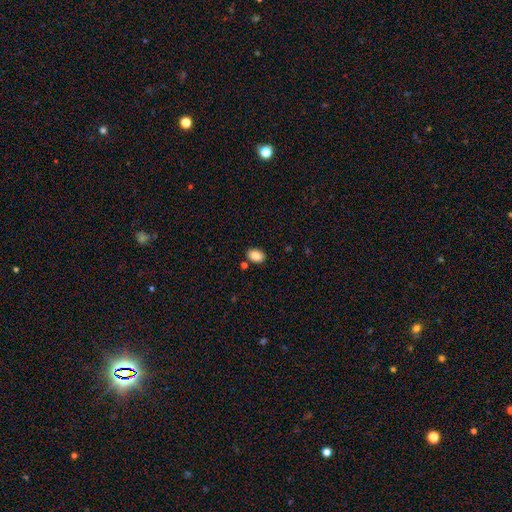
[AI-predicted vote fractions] The model was most divided on "how rounded": in between: 78%, round: 21%, cigar-shaped: 1%. More confident: smooth or featured — smooth (85%); merging — none (84%).